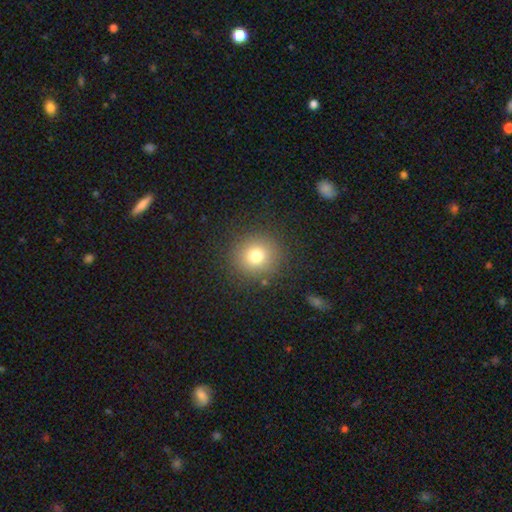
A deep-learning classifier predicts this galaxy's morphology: type=smooth (76%); roundness=round (89%); merging=none (88%).